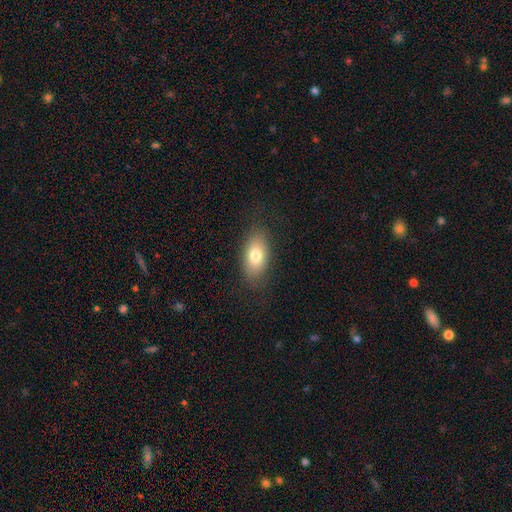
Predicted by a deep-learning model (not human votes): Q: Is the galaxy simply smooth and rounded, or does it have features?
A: smooth — 78%.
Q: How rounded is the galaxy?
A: in between — 90%.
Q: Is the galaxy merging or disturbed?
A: none — 83%.